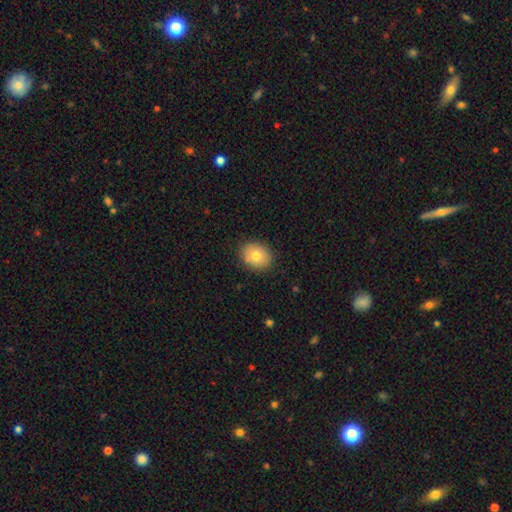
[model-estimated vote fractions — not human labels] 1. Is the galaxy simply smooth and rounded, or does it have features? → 76% smooth, 15% featured or disk, 9% star or artifact.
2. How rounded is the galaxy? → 62% round, 37% in between, 1% cigar-shaped.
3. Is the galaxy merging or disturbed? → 86% none, 10% minor disturbance, 3% major disturbance, 1% merger.